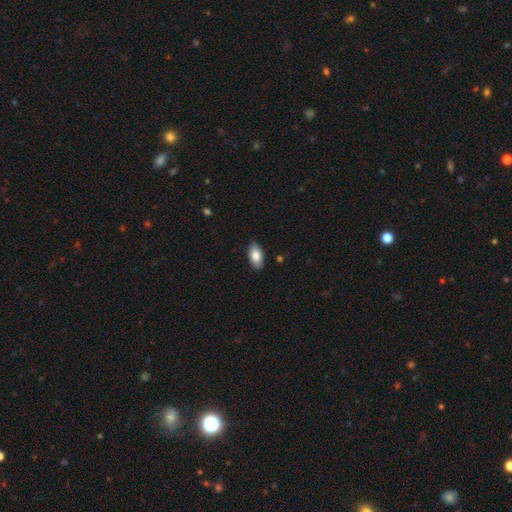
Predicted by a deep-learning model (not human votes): This is clearly a smooth galaxy (85%). How rounded: clearly in between (93%). Merging: clearly none (88%).